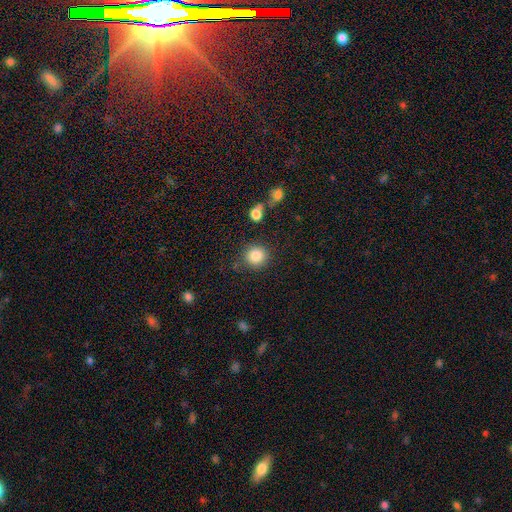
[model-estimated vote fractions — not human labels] smooth 85%, star or artifact 10%, featured or disk 5%. Down the decision tree: how rounded — round (90%); merging — none (82%).